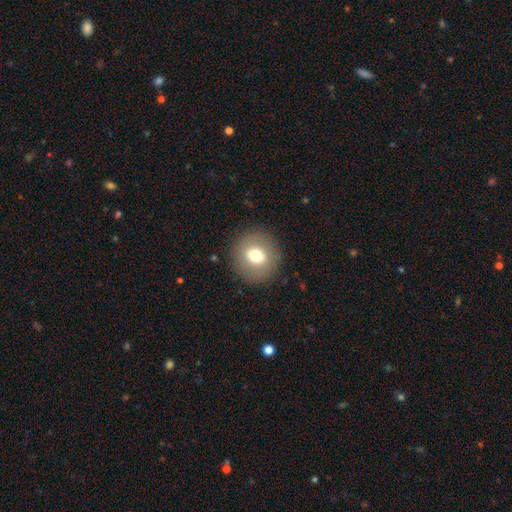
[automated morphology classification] Smooth or featured?
  - smooth: 71% *
  - featured or disk: 19%
  - star or artifact: 10%
How rounded?
  - round: 91% *
  - in between: 8%
  - cigar-shaped: 1%
Merging?
  - none: 89% *
  - minor disturbance: 7%
  - major disturbance: 3%
  - merger: 1%